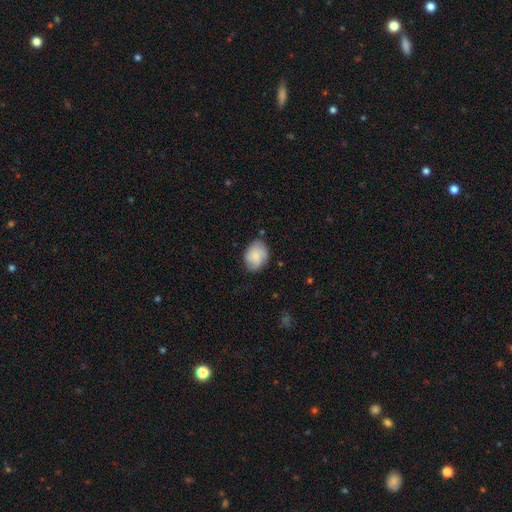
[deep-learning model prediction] Smooth or featured? smooth (69%)
How rounded? in between (64%)
Merging? none (71%)